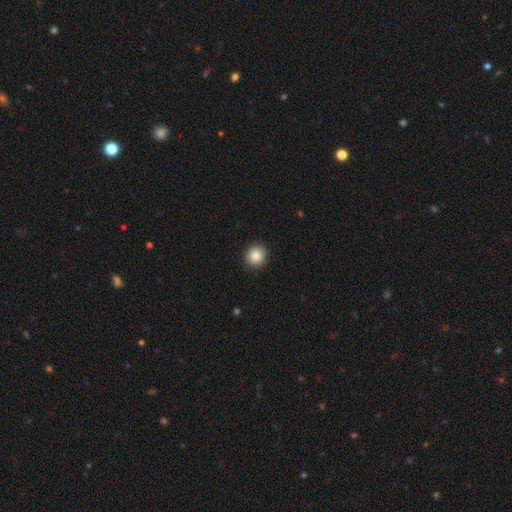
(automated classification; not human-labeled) This appears to be a smooth galaxy with no disk features (85%) that is round (89%). Merging: none (92%).